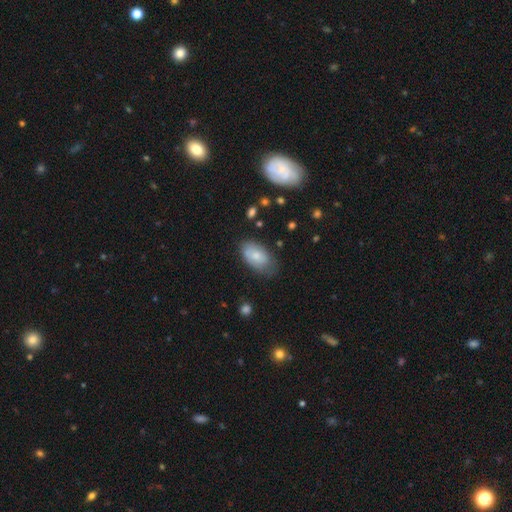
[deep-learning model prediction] Q: Smooth or featured?
A: smooth (72%); runner-up: featured or disk (21%)
Q: How rounded?
A: in between (93%); runner-up: round (5%)
Q: Merging?
A: none (62%); runner-up: minor disturbance (28%)